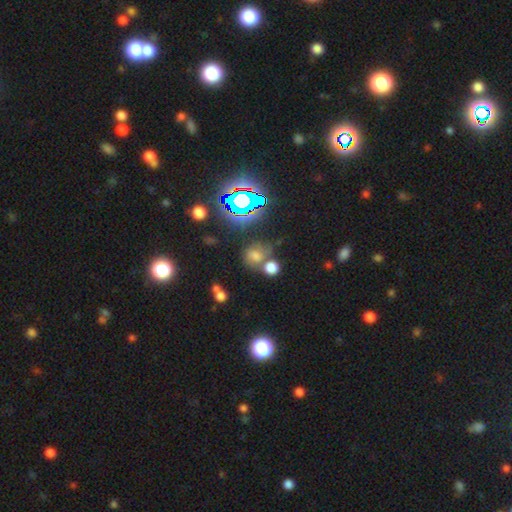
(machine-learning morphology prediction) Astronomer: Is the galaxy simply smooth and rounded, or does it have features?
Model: smooth — 53% (runner-up: star or artifact, 36%).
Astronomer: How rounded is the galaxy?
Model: round — 70%.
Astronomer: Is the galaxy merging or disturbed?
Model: none — 56%.